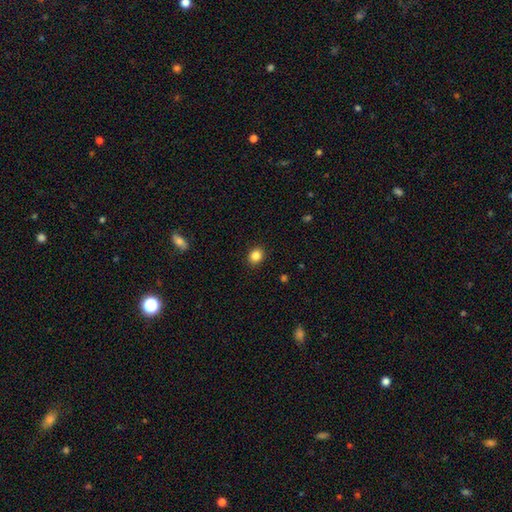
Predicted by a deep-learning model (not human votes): smooth 85%, star or artifact 11%, featured or disk 4%. Down the decision tree: how rounded — round (66%); merging — none (91%).